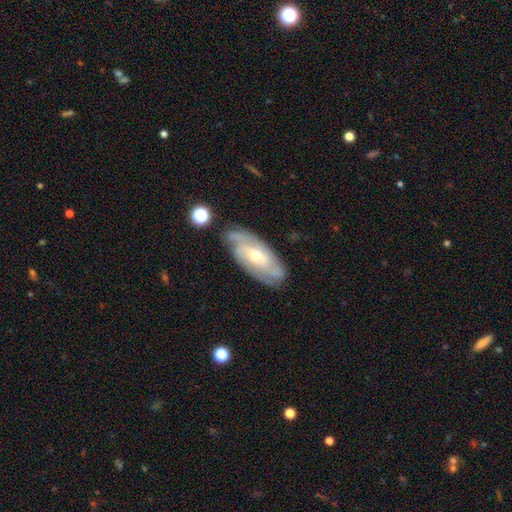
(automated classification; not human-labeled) A featured or disk galaxy (78%) with no bar (54%), tight (54%) spiral arms (91%) and a moderate central bulge (49%).

Vote fractions:
- Smooth or featured? featured or disk: 78% / smooth: 16% / star or artifact: 6%
- Edge-on disk? no: 90% / yes: 10%
- Bar? no: 54% / weak: 34% / strong: 12%
- Spiral arms? yes: 91% / no: 9%
- Spiral winding? tight: 54% / medium: 34% / loose: 12%
- Spiral arm count? can't tell: 35% / 2: 30% / 3: 20% / 4: 9% / 1: 4% / more than 4: 4%
- Bulge size? moderate: 49% / small: 48% / large: 2% / none: 1% / dominant: 1%
- Merging? none: 74% / minor disturbance: 18% / major disturbance: 5% / merger: 3%